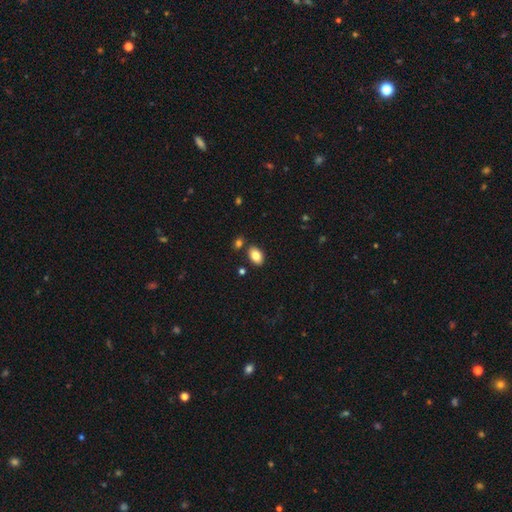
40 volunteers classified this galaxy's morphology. Smooth or featured? 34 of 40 (85%) said smooth. How rounded? 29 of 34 (85%) said in between. Merging? 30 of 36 (83%) said none.